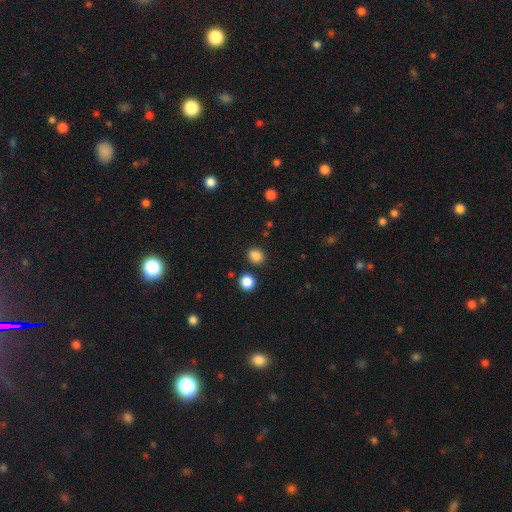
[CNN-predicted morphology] smooth 84%, star or artifact 12%, featured or disk 3%. Down the decision tree: how rounded — round (73%); merging — none (83%).